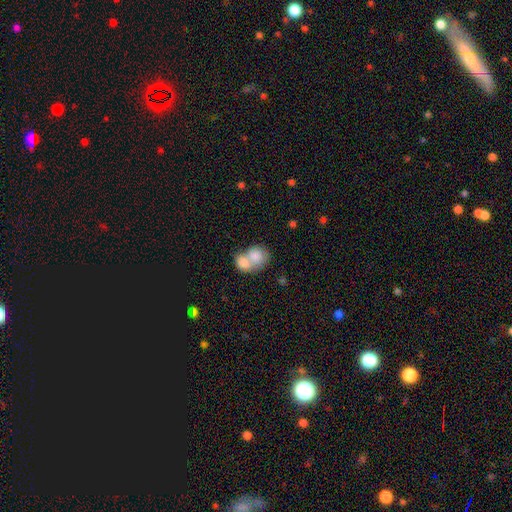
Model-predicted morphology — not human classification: Q: Smooth or featured?
A: smooth (79%); runner-up: featured or disk (15%)
Q: How rounded?
A: round (50%); runner-up: in between (49%)
Q: Merging?
A: merger (75%); runner-up: none (16%)